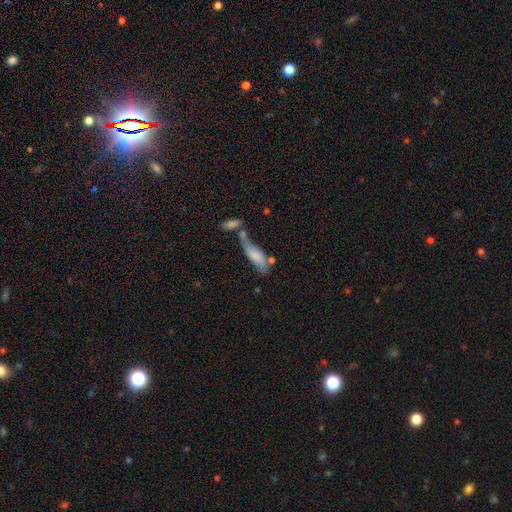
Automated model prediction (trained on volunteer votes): Smooth or featured: smooth — 60% (featured or disk — 32%)
How rounded: in between — 59% (cigar-shaped — 38%)
Merging: none — 35% (merger — 29%)